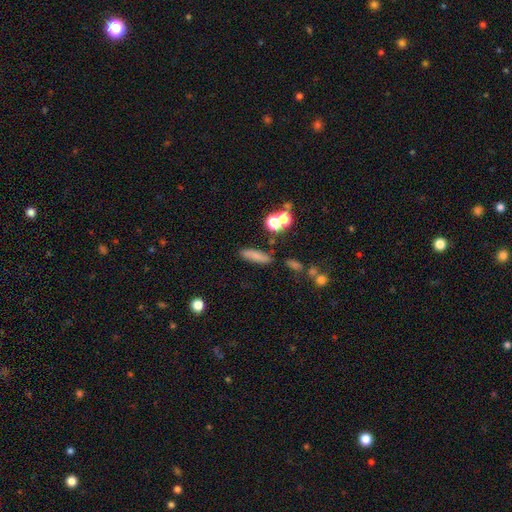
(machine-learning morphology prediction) smooth-or-featured: smooth: 75% | star or artifact: 13% | featured or disk: 13%
  how-rounded: cigar-shaped: 65% | in between: 29% | round: 6%
  merging: none: 78% | minor disturbance: 12% | merger: 6% | major disturbance: 4%